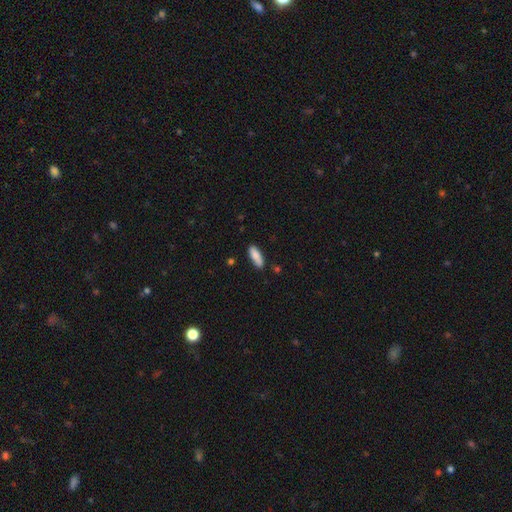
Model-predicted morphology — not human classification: This appears to be a smooth galaxy with no disk features (85%) that is in between round and cigar-shaped (58%). Merging: none (81%).